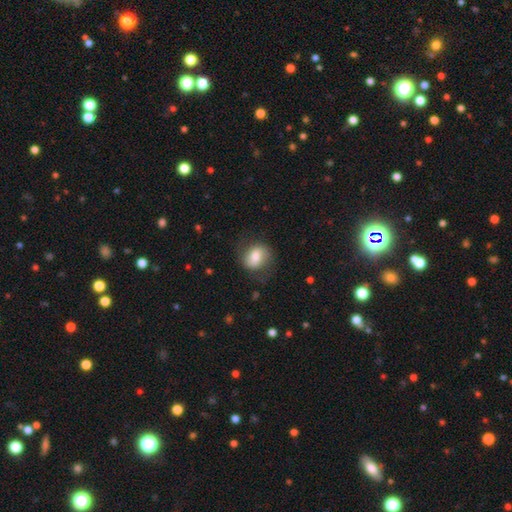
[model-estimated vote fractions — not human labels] smooth_or_featured: smooth (p=0.65) [alt: featured or disk p=0.27]
how_rounded: round (p=0.51) [alt: in between p=0.48]
merging: none (p=0.69) [alt: minor disturbance p=0.20]